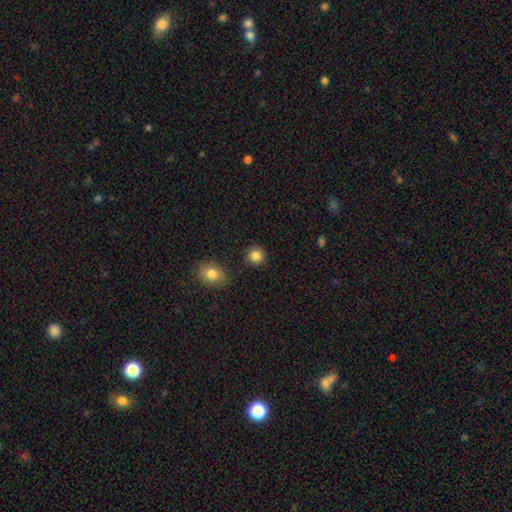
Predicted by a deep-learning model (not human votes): Morphology: type=smooth (86%); roundness=round (91%); merging=none (89%).